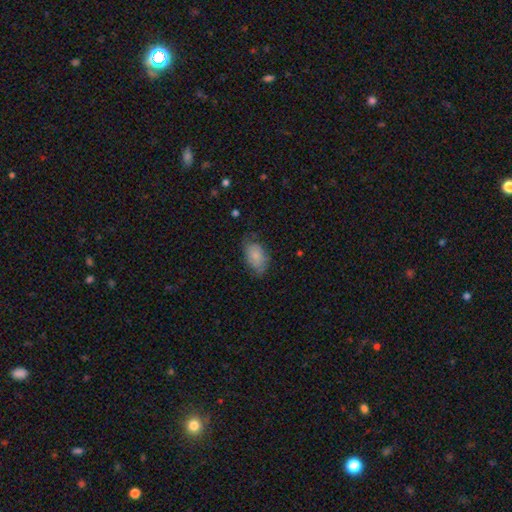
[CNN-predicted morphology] This appears to be a smooth galaxy with no disk features (78%) that is in between round and cigar-shaped (90%). Merging: none (59%).